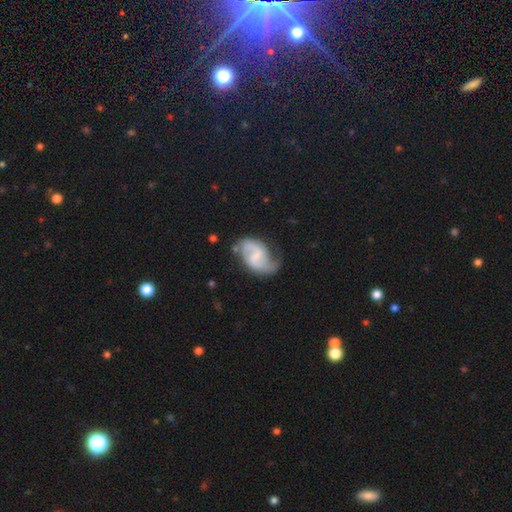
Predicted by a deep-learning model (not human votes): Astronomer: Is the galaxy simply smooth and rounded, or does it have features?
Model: featured or disk — 81%.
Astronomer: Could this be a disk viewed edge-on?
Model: no — 98%.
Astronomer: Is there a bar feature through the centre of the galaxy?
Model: weak — 55%.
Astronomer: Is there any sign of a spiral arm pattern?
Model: yes — 94%.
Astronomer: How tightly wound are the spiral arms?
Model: medium — 43%, tied with loose at 43%.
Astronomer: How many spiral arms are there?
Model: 2 — 87%.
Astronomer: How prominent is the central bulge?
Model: small — 40% (runner-up: none, 36%).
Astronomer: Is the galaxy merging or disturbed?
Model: none — 60%.